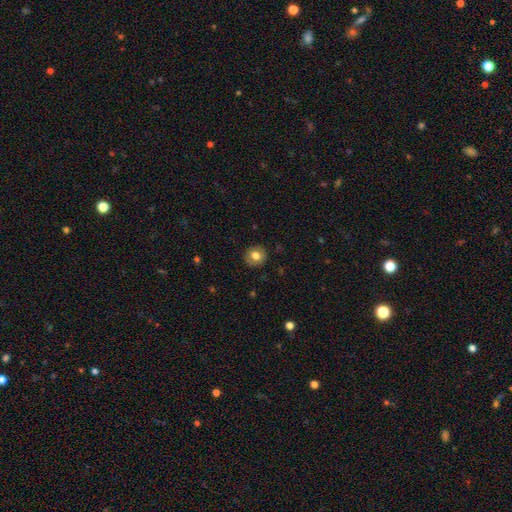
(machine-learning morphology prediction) type=smooth (75%); roundness=round (85%); merging=none (89%).